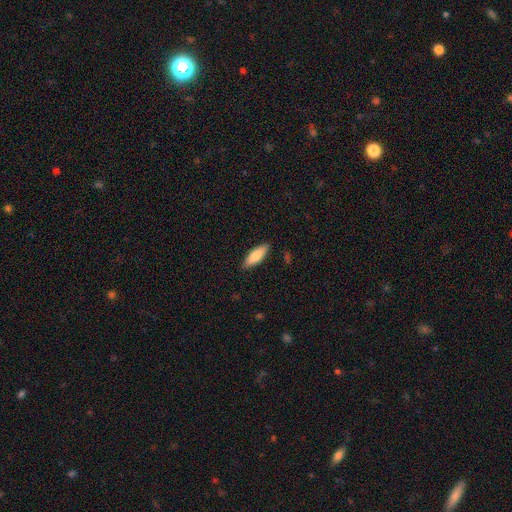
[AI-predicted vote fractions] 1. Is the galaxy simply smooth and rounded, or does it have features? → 82% smooth, 12% featured or disk, 6% star or artifact.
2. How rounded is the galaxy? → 57% in between, 41% cigar-shaped, 2% round.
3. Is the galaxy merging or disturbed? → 88% none, 9% minor disturbance, 2% major disturbance, 1% merger.